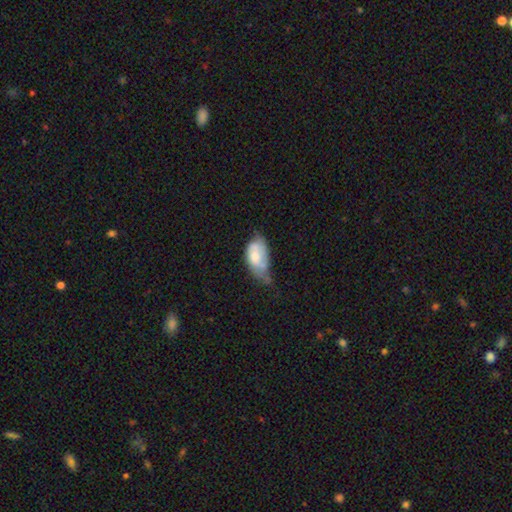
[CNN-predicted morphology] Smooth or featured? Predicted: smooth (p=0.61). How rounded? Predicted: in between (p=0.93). Merging? Predicted: minor disturbance (p=0.45).